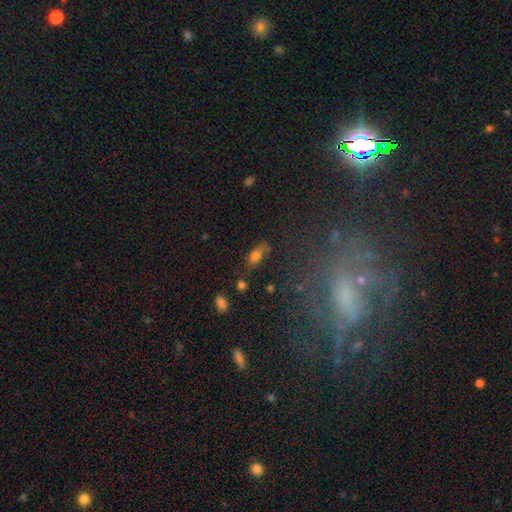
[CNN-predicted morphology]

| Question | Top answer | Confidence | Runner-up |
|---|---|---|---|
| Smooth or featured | smooth | 74% | featured or disk (15%) |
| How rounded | in between | 83% | cigar-shaped (11%) |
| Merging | none | 57% | minor disturbance (26%) |